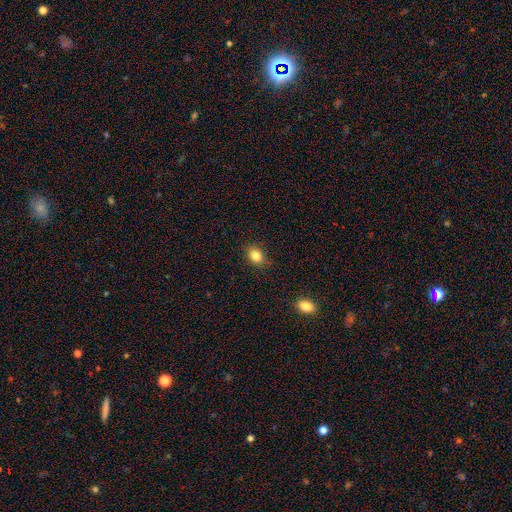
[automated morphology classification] Smooth or featured? Predicted: smooth (p=0.84). How rounded? Predicted: in between (p=0.60). Merging? Predicted: none (p=0.84).